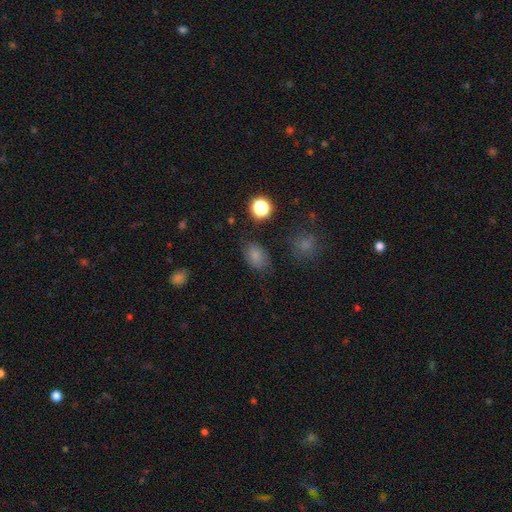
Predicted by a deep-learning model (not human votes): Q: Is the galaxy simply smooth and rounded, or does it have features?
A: smooth — 79%.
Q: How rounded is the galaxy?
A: in between — 79%.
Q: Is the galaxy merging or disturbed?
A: none — 75%.